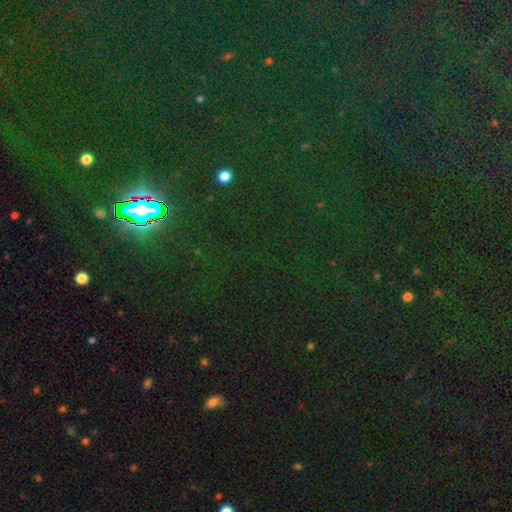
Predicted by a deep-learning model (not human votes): This appears to be a star or artifact, not a galaxy (82%).